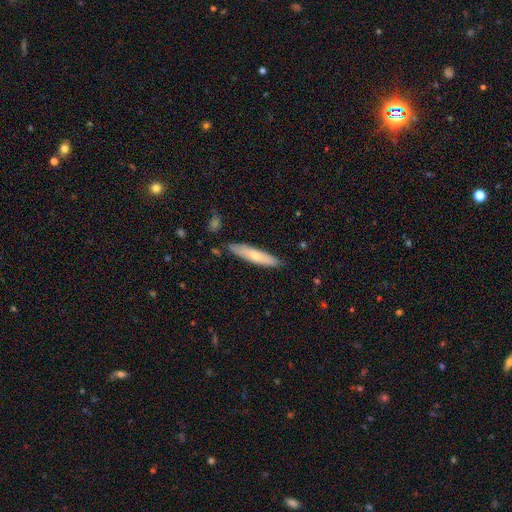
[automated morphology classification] Q: Smooth or featured?
A: smooth (59%); runner-up: featured or disk (35%)
Q: How rounded?
A: cigar-shaped (84%); runner-up: in between (15%)
Q: Merging?
A: none (84%); runner-up: minor disturbance (12%)